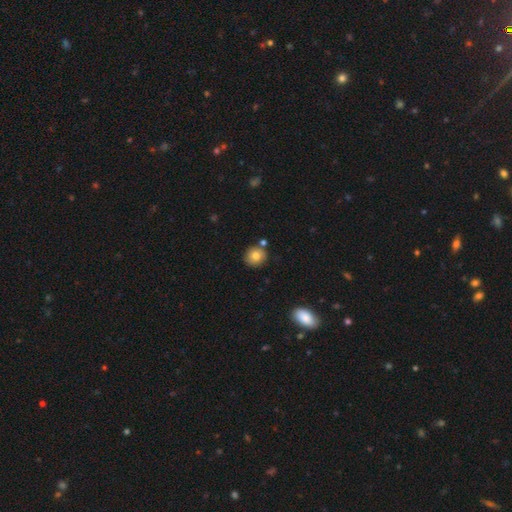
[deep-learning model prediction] The model was most divided on "smooth or featured": smooth: 79%, featured or disk: 11%, star or artifact: 10%. More confident: how rounded — round (88%); merging — none (81%).